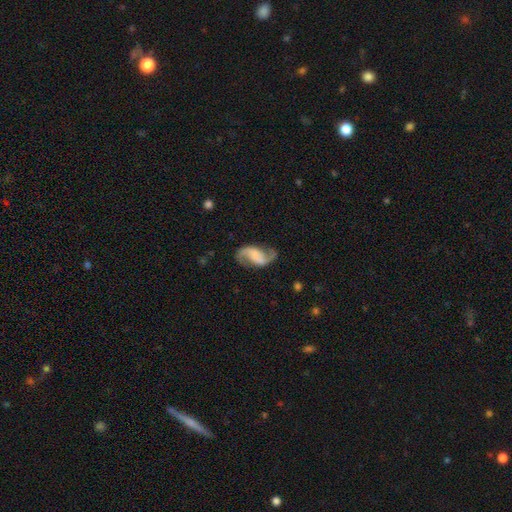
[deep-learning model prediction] This is clearly a featured or disk galaxy (86%). It is clearly not viewed edge-on (98%). Bar: marginally no (40%). Spiral arm pattern: clearly yes (97%). Spiral arm count: clearly 2 (94%). Spiral winding: possibly loose (59%). Central bulge: possibly none (54%). Merging: likely none (76%).